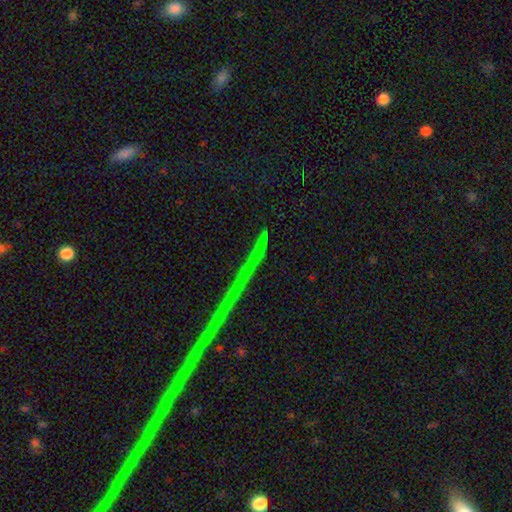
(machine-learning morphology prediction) type=star or artifact (83%).